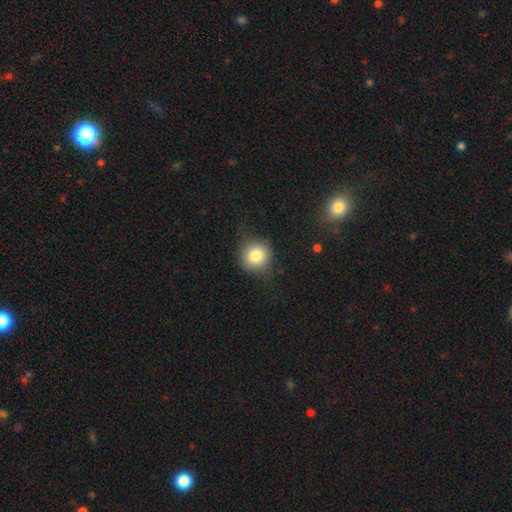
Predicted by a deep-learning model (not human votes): smooth-or-featured: smooth: 79% | featured or disk: 10% | star or artifact: 10%
  how-rounded: round: 90% | in between: 9% | cigar-shaped: 1%
  merging: none: 76% | minor disturbance: 17% | major disturbance: 6% | merger: 1%